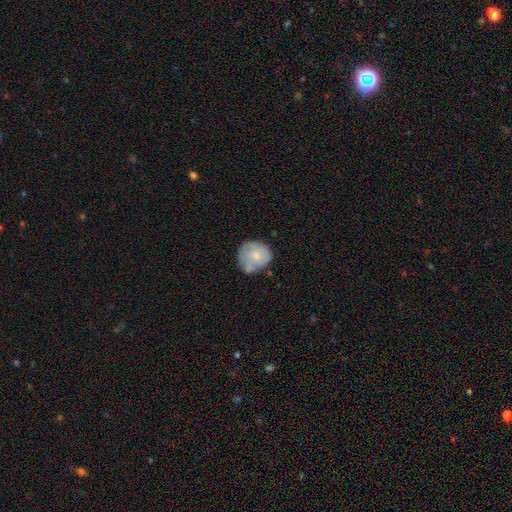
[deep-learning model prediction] This appears to be a smooth galaxy with no disk features (64%) that is round (82%). Merging: none (52%).